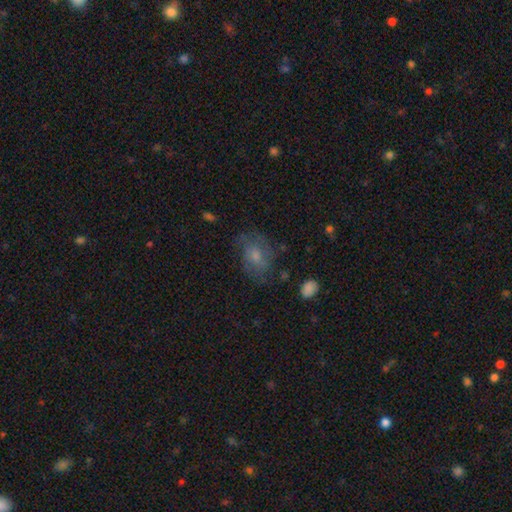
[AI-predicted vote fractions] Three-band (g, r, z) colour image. It shows a smooth galaxy with no disk features (52%) that is in between round and cigar-shaped (66%). Merging: none (60%).